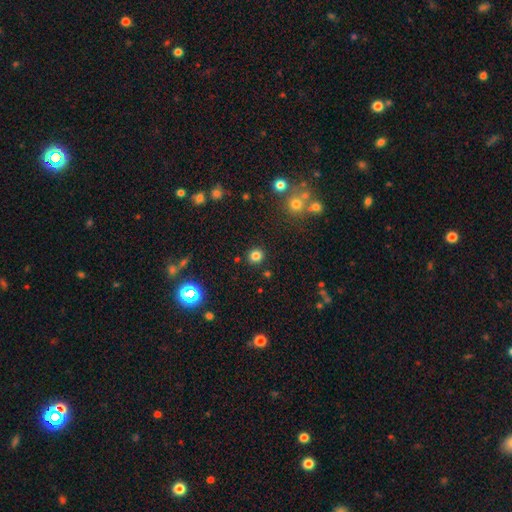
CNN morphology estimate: This appears to be a smooth galaxy with no disk features (81%) that is round (90%). Merging: none (90%).